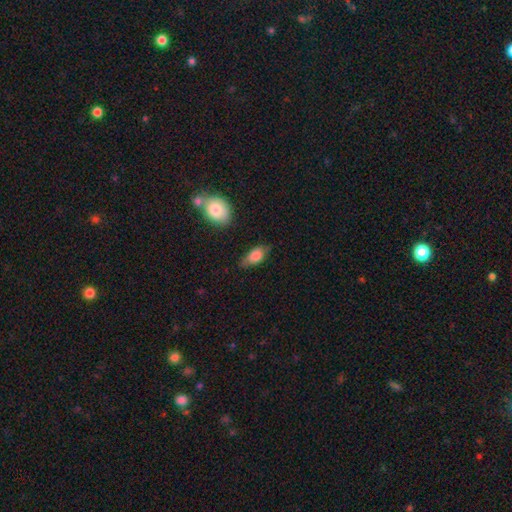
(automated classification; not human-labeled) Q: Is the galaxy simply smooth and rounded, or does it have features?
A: smooth — 76%.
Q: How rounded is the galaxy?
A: in between — 84%.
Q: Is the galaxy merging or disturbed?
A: none — 64%.